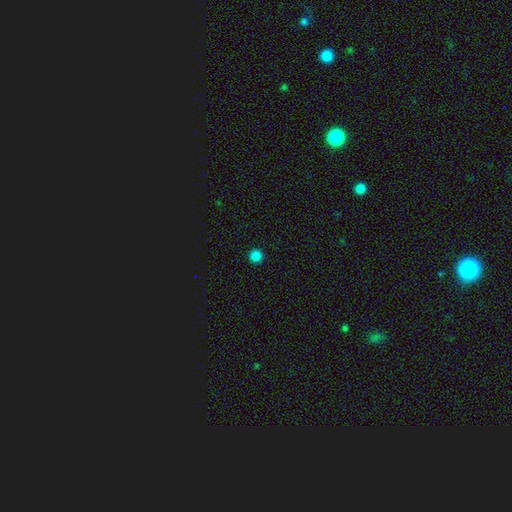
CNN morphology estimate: Smooth or featured?
  - smooth: 84% *
  - star or artifact: 14%
  - featured or disk: 3%
How rounded?
  - round: 96% *
  - in between: 3%
  - cigar-shaped: 1%
Merging?
  - none: 94% *
  - minor disturbance: 4%
  - major disturbance: 1%
  - merger: 1%